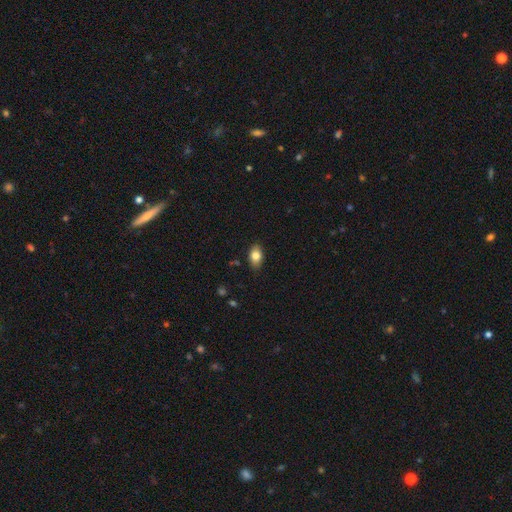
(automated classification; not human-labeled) smooth 81%, featured or disk 11%, star or artifact 8%. Down the decision tree: how rounded — in between (87%); merging — none (85%).